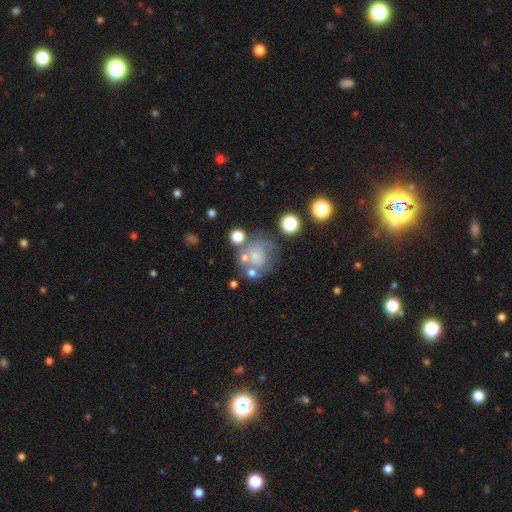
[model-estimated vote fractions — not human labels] A smooth galaxy with no disk features (53%) that is round (84%). Merging: none (50%).